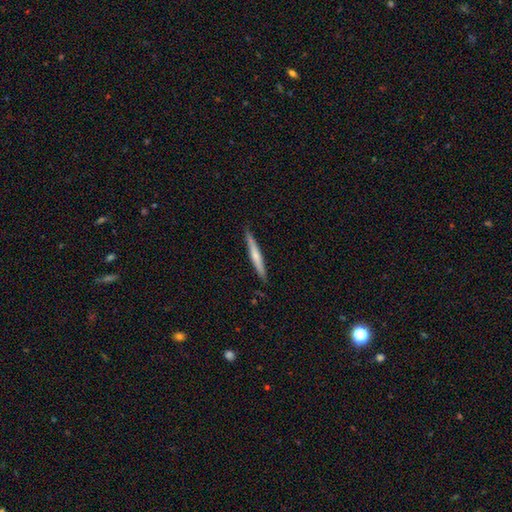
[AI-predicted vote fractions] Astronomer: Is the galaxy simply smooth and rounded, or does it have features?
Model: smooth — 54% (runner-up: featured or disk, 40%).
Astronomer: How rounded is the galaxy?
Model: cigar-shaped — 96%.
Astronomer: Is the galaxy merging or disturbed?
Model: none — 89%.